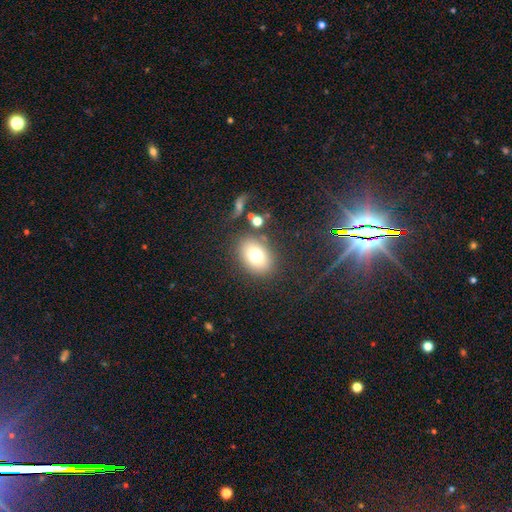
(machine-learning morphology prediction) Smooth or featured?
  - smooth: 74% *
  - featured or disk: 14%
  - star or artifact: 12%
How rounded?
  - in between: 66% *
  - round: 33%
  - cigar-shaped: 1%
Merging?
  - none: 79% *
  - minor disturbance: 11%
  - merger: 5%
  - major disturbance: 5%